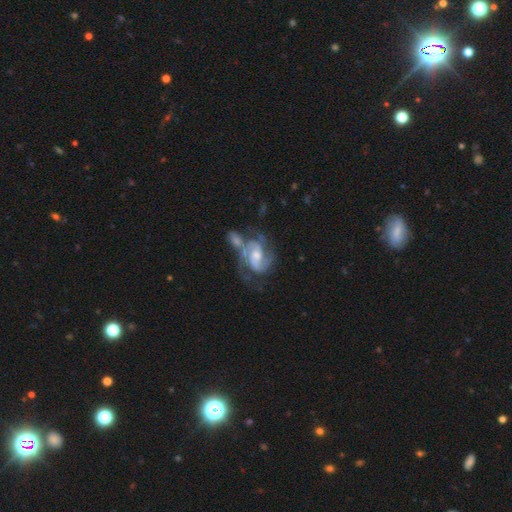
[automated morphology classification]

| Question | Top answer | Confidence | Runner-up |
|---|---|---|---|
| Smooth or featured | featured or disk | 88% | smooth (7%) |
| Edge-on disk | no | 98% | yes (2%) |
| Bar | no | 44% | tied: weak (44%) |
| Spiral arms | yes | 96% | no (4%) |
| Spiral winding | medium | 52% | tight (33%) |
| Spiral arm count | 2 | 69% | 3 (14%) |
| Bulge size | moderate | 54% | small (33%) |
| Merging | merger | 36% | none (34%) |